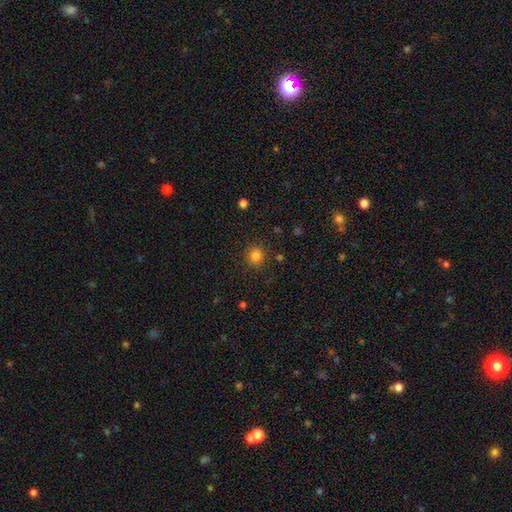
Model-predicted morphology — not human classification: smooth_or_featured: smooth (p=0.82) [alt: star or artifact p=0.13]
how_rounded: round (p=0.91) [alt: in between p=0.08]
merging: none (p=0.87) [alt: minor disturbance p=0.08]